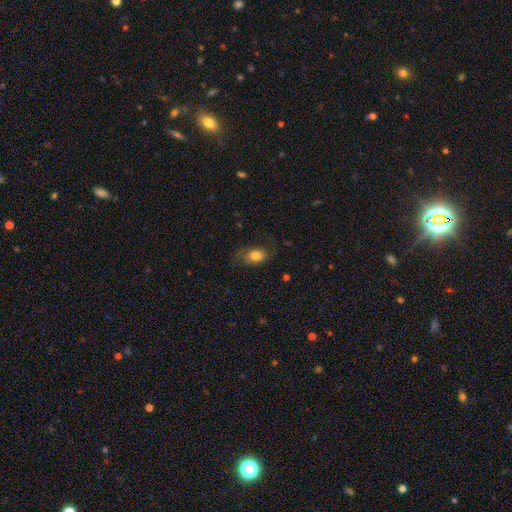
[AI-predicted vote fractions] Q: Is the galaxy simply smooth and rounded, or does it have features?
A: smooth — 73%.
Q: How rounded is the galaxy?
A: in between — 80%.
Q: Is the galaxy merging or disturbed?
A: none — 65%.